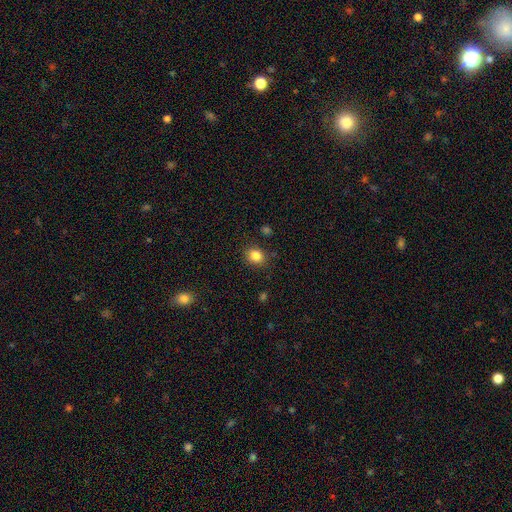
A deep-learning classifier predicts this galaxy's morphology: Smooth or featured? Predicted: smooth (p=0.84). How rounded? Predicted: round (p=0.60). Merging? Predicted: none (p=0.86).